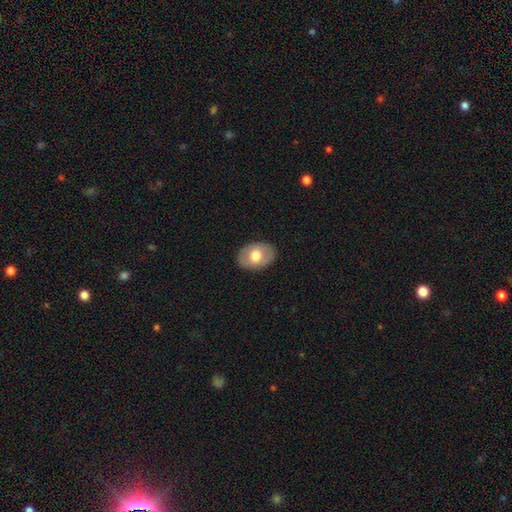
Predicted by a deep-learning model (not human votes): Smooth or featured?
  - smooth: 64% *
  - featured or disk: 30%
  - star or artifact: 6%
How rounded?
  - in between: 79% *
  - round: 20%
  - cigar-shaped: 1%
Merging?
  - none: 87% *
  - minor disturbance: 9%
  - major disturbance: 2%
  - merger: 1%